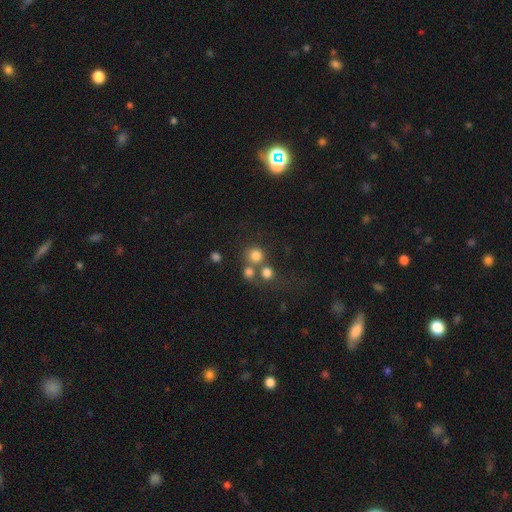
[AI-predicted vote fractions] smooth-or-featured: smooth: 76% | star or artifact: 15% | featured or disk: 9%
  how-rounded: round: 90% | in between: 9% | cigar-shaped: 1%
  merging: none: 56% | merger: 32% | minor disturbance: 8% | major disturbance: 5%